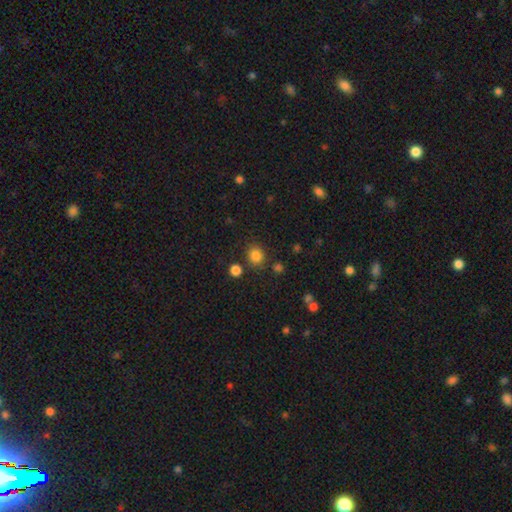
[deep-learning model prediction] Smooth or featured?
  - smooth: 83% *
  - star or artifact: 13%
  - featured or disk: 4%
How rounded?
  - round: 81% *
  - in between: 19%
  - cigar-shaped: 1%
Merging?
  - none: 81% *
  - minor disturbance: 10%
  - merger: 6%
  - major disturbance: 4%